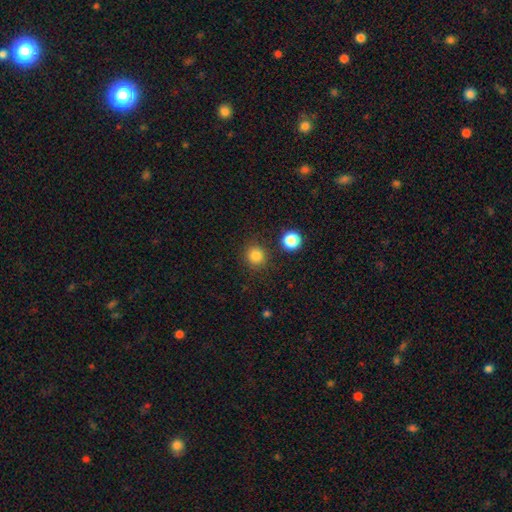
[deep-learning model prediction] smooth 83%, star or artifact 12%, featured or disk 4%. Down the decision tree: how rounded — round (91%); merging — none (86%).